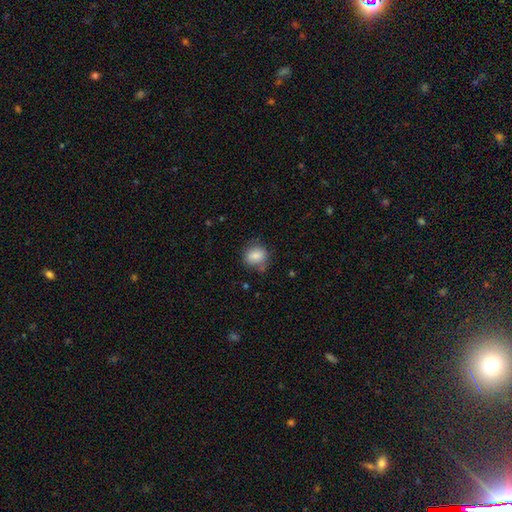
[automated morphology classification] Smooth or featured? Predicted: smooth (p=0.84). How rounded? Predicted: round (p=0.60). Merging? Predicted: none (p=0.70).